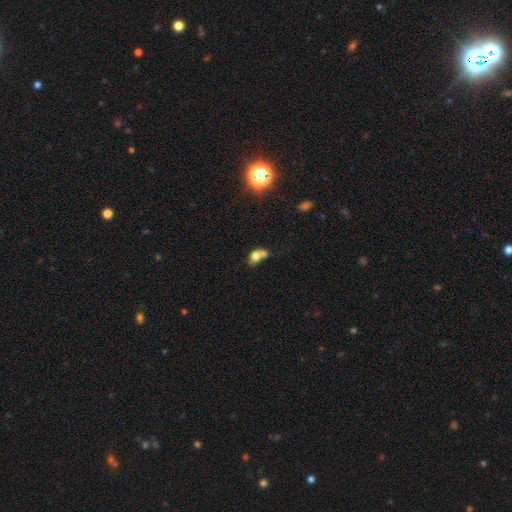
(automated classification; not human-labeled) A smooth galaxy with no disk features (71%) that is in between round and cigar-shaped (56%). Merging: merger (62%).